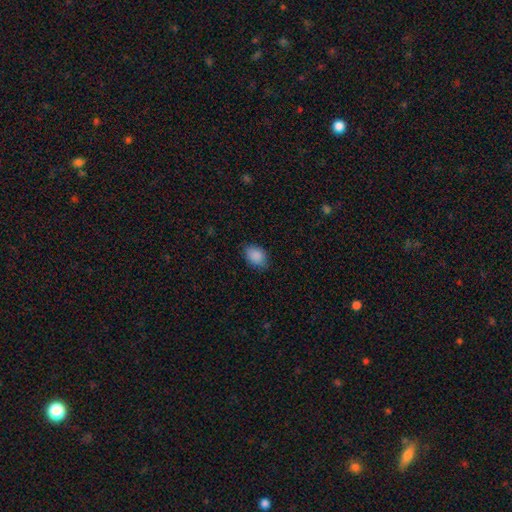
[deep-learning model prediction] A smooth galaxy with no disk features (89%) that is in between round and cigar-shaped (75%). Merging: none (82%).